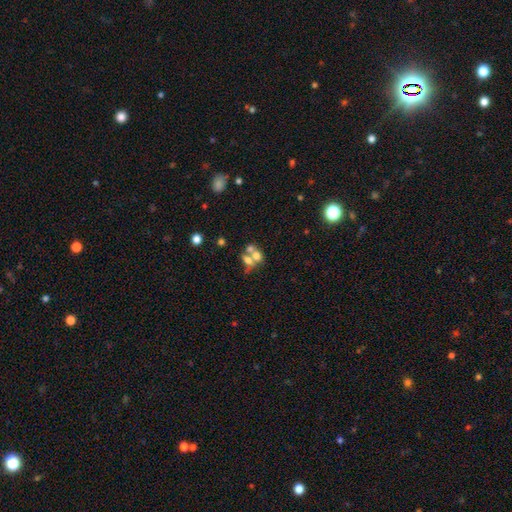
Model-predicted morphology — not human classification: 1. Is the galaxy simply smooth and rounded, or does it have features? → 56% smooth, 29% featured or disk, 15% star or artifact.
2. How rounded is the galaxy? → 54% in between, 44% round, 2% cigar-shaped.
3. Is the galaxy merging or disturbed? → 60% merger, 26% none, 8% minor disturbance, 6% major disturbance.